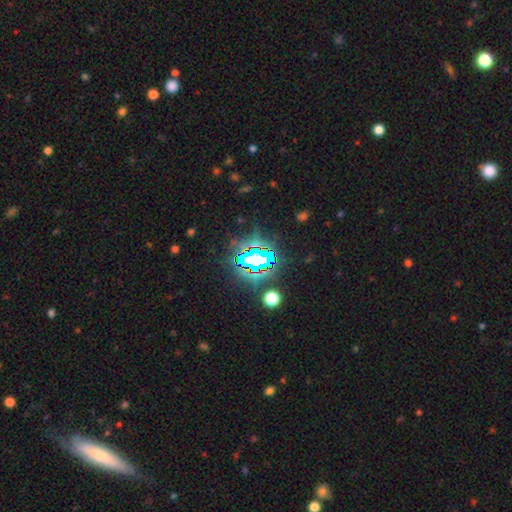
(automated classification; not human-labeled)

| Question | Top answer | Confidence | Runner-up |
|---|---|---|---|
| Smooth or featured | star or artifact | 76% | smooth (14%) |